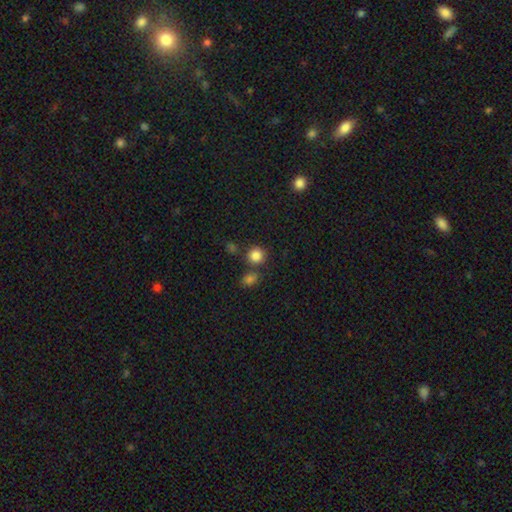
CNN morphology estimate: Smooth or featured? smooth (84%)
How rounded? round (90%)
Merging? none (76%)